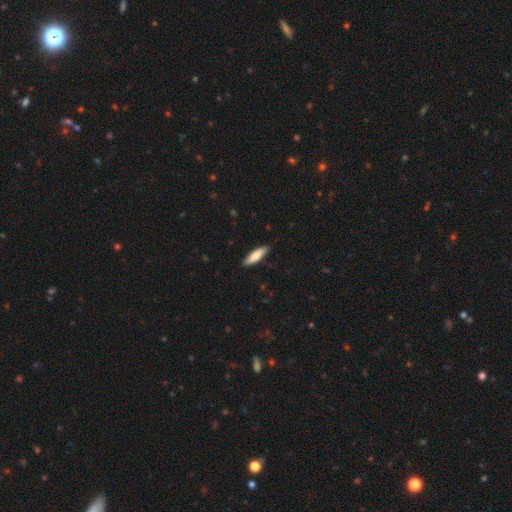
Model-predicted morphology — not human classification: Smooth or featured: smooth — 80% (featured or disk — 15%)
How rounded: cigar-shaped — 55% (in between — 44%)
Merging: none — 88% (minor disturbance — 10%)